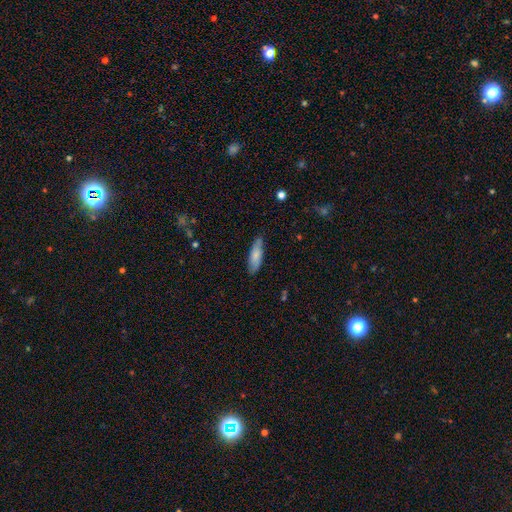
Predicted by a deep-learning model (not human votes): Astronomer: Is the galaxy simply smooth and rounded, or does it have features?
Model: smooth — 76%.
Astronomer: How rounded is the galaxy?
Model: in between — 50% (runner-up: cigar-shaped, 48%).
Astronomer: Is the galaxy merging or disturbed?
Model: none — 78%.